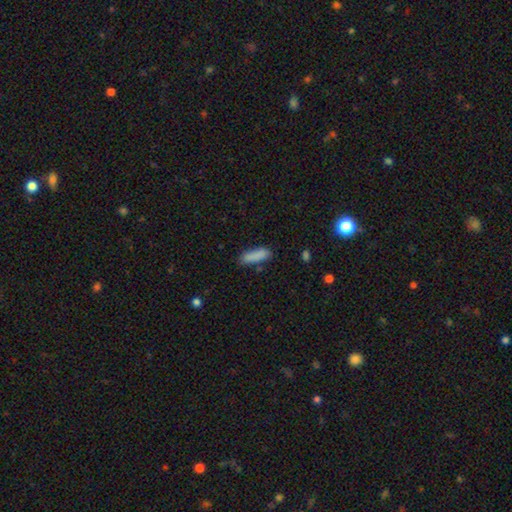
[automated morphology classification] Overall: smooth (86%). How rounded: cigar-shaped (50%; in between 49%). Merging: none (72%).